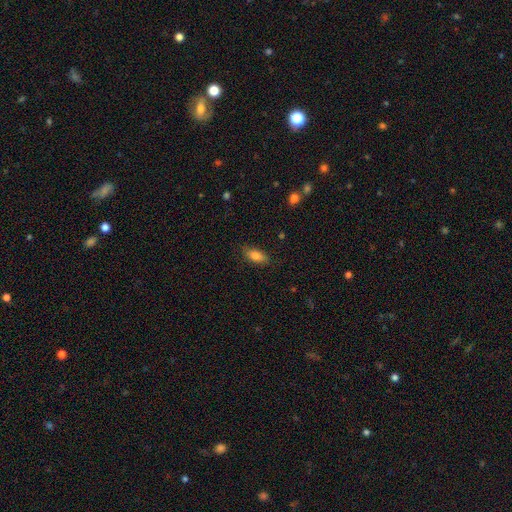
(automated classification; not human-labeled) Smooth or featured?
  - smooth: 83% *
  - featured or disk: 9%
  - star or artifact: 8%
How rounded?
  - in between: 81% *
  - cigar-shaped: 16%
  - round: 3%
Merging?
  - none: 81% *
  - minor disturbance: 14%
  - major disturbance: 4%
  - merger: 1%